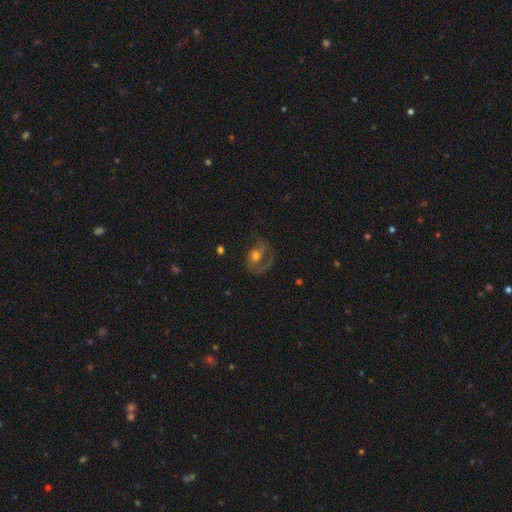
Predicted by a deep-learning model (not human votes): smooth_or_featured: featured or disk (p=0.61) [alt: smooth p=0.30]
disk_edge_on: no (p=0.96) [alt: yes p=0.04]
bar: no (p=0.61) [alt: weak p=0.29]
has_spiral_arms: yes (p=0.73) [alt: no p=0.27]
bulge_size: moderate (p=0.62) [alt: small p=0.26]
merging: none (p=0.43) [alt: major disturbance p=0.34]